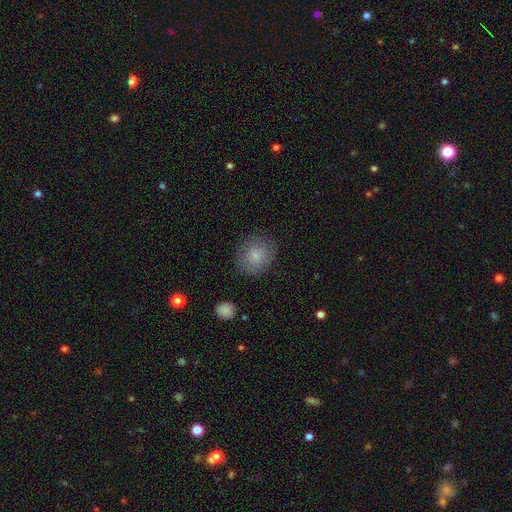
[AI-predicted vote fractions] Smooth or featured? Predicted: smooth (p=0.82). How rounded? Predicted: round (p=0.74). Merging? Predicted: none (p=0.80).